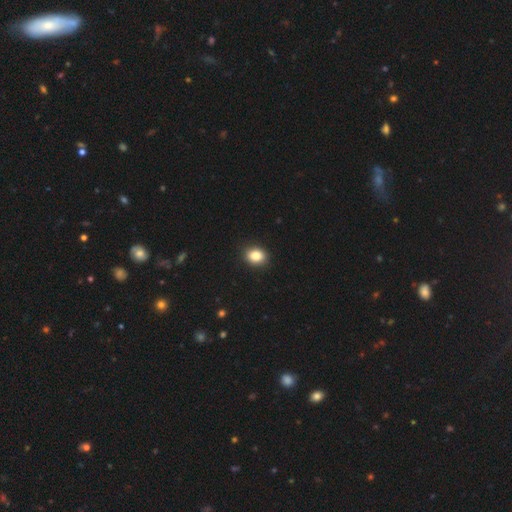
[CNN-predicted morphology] Overall: smooth (85%). How rounded: in between (54%; round 45%). Merging: none (91%).